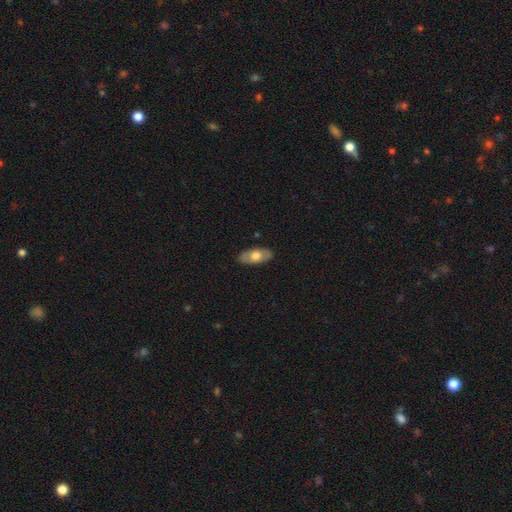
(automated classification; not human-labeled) smooth_or_featured: smooth (p=0.62) [alt: featured or disk p=0.33]
how_rounded: in between (p=0.88) [alt: cigar-shaped p=0.09]
merging: none (p=0.86) [alt: minor disturbance p=0.10]